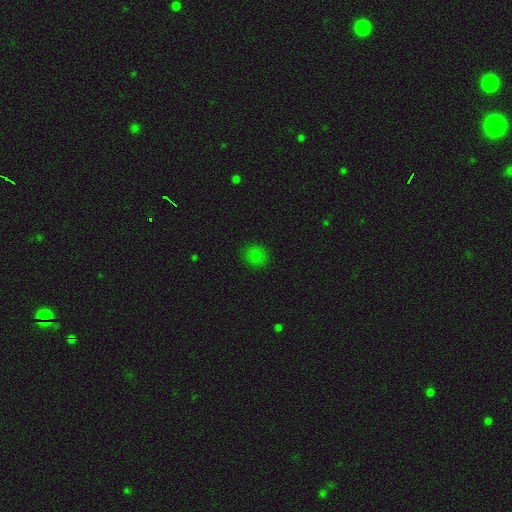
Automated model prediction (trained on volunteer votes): A smooth galaxy with no disk features (78%) that is round (79%).

Vote fractions:
- Smooth or featured? smooth: 78% / star or artifact: 16% / featured or disk: 6%
- How rounded? round: 79% / in between: 20% / cigar-shaped: 1%
- Merging? none: 85% / minor disturbance: 11% / major disturbance: 3% / merger: 1%